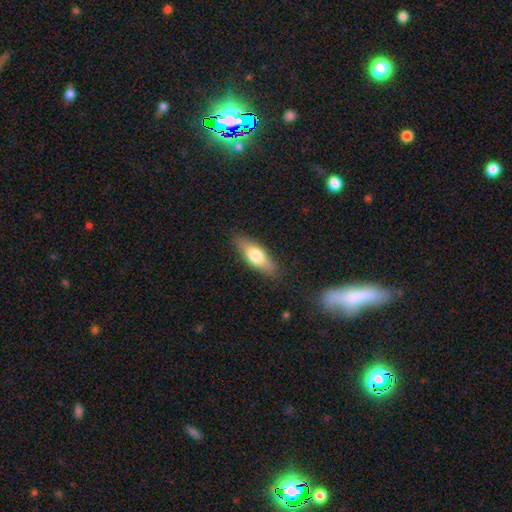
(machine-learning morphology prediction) Overall: smooth (68%). How rounded: in between (61%; cigar-shaped 36%). Merging: none (84%).